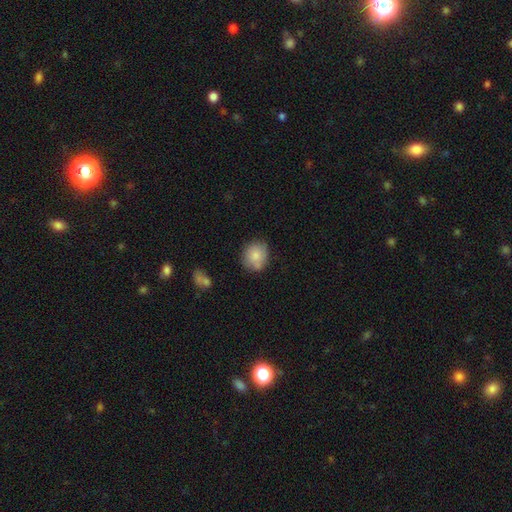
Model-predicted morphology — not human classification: smooth_or_featured: smooth (p=0.83) [alt: featured or disk p=0.09]
how_rounded: round (p=0.73) [alt: in between p=0.26]
merging: none (p=0.71) [alt: minor disturbance p=0.20]